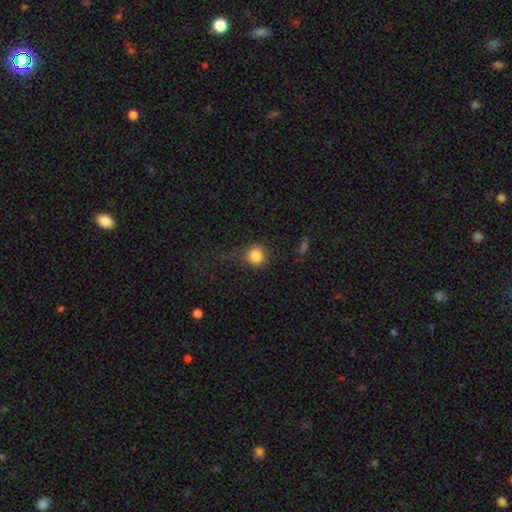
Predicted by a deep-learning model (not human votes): Smooth or featured: smooth — 84% (star or artifact — 11%)
How rounded: round — 91% (in between — 8%)
Merging: none — 71% (minor disturbance — 17%)